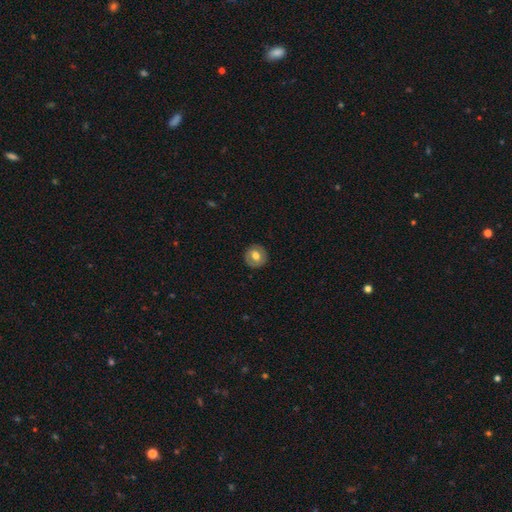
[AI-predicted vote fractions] Overall: smooth (61%; featured or disk 32%). How rounded: round (90%). Merging: none (89%).